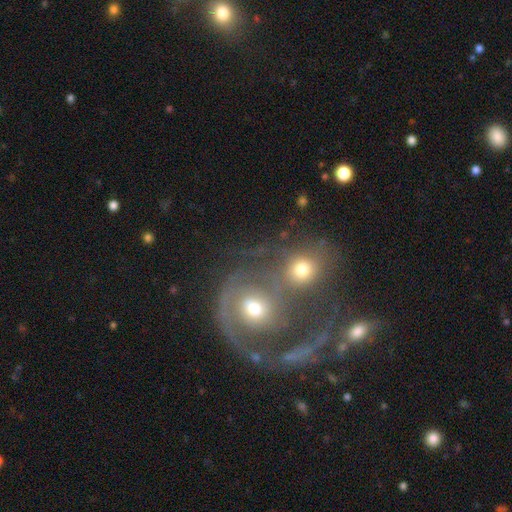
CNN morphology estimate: Overall: featured or disk (68%). Edge-on disk: no (97%). Bar: no (75%). Spiral arms: yes (73%). Bulge size: moderate (60%; small 23%). Merging: merger (68%).